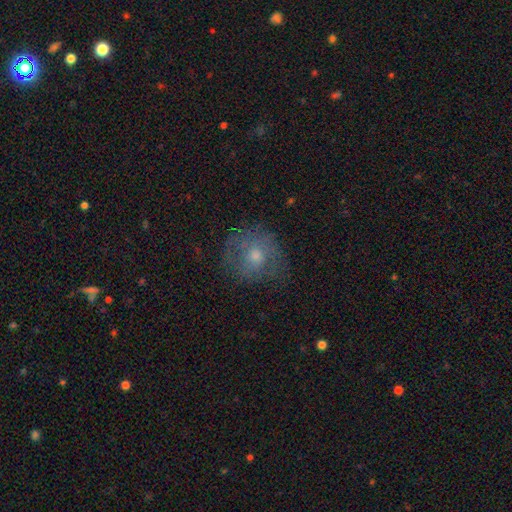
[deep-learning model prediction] smooth_or_featured: smooth (p=0.49) [alt: featured or disk p=0.40]
merging: none (p=0.69) [alt: minor disturbance p=0.18]